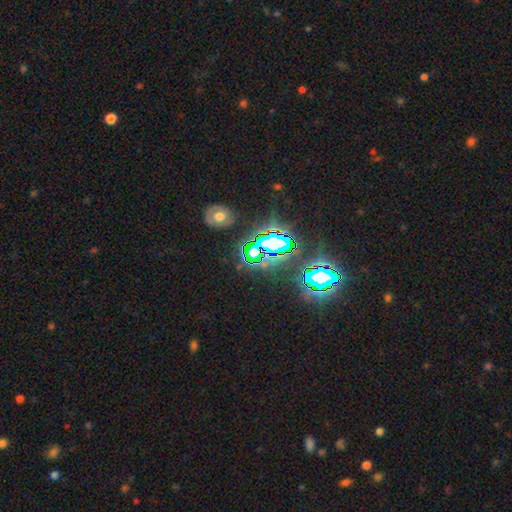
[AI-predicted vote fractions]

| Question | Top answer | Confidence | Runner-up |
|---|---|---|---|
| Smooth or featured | star or artifact | 77% | smooth (15%) |